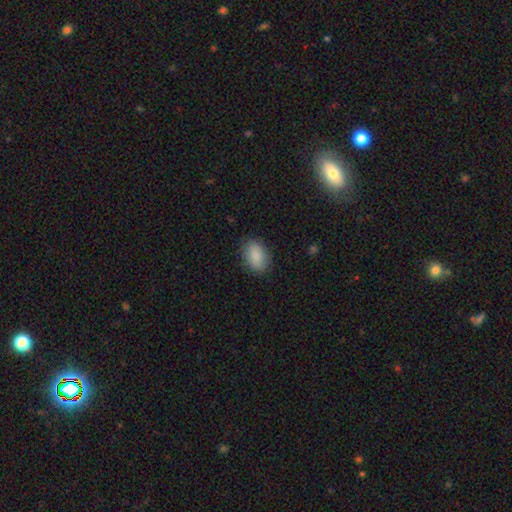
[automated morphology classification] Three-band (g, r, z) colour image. It shows a smooth galaxy with no disk features (88%) that is in between round and cigar-shaped (88%). Merging: none (86%).